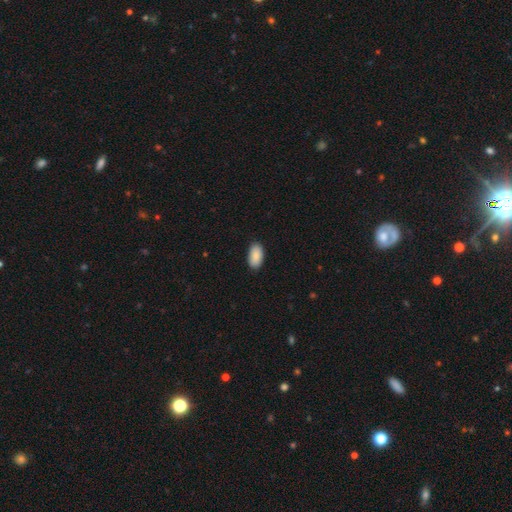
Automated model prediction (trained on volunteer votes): This is clearly a smooth galaxy (88%). How rounded: clearly in between (95%). Merging: clearly none (89%).